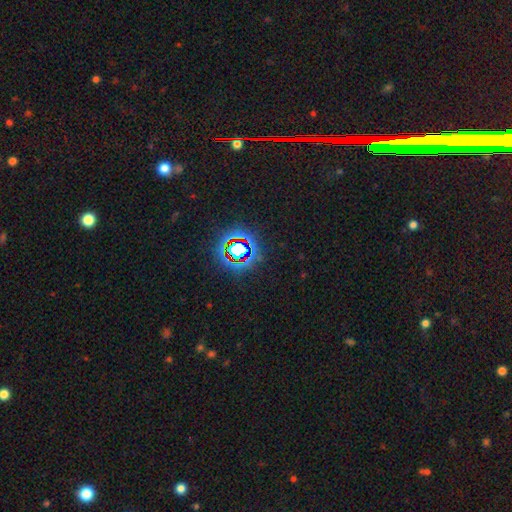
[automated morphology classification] Smooth or featured?
  - star or artifact: 81% *
  - smooth: 10%
  - featured or disk: 9%